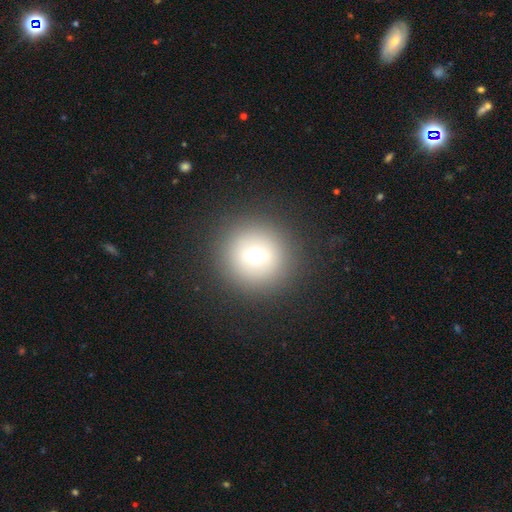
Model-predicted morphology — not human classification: Q: Smooth or featured?
A: smooth (66%); runner-up: featured or disk (19%)
Q: How rounded?
A: round (95%); runner-up: in between (4%)
Q: Merging?
A: none (90%); runner-up: minor disturbance (6%)